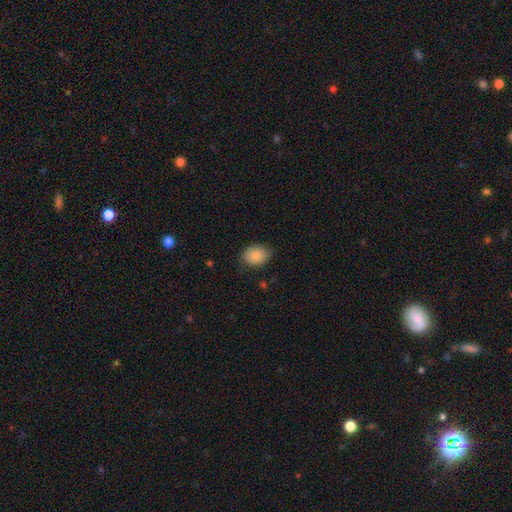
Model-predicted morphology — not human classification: A smooth galaxy with no disk features (86%) that is in between round and cigar-shaped (65%). Merging: none (80%).